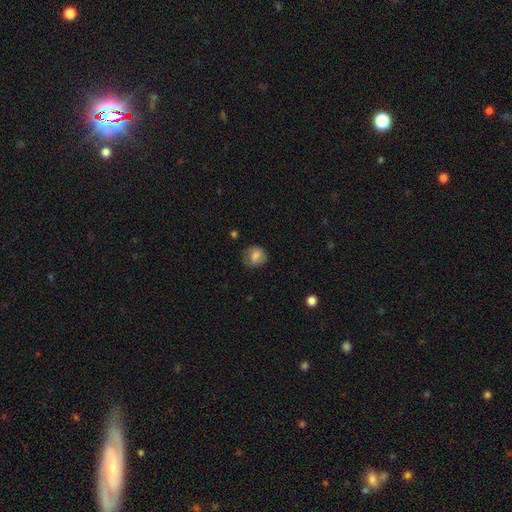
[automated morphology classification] This is likely a smooth galaxy (70%). How rounded: likely round (71%). Merging: likely none (75%).